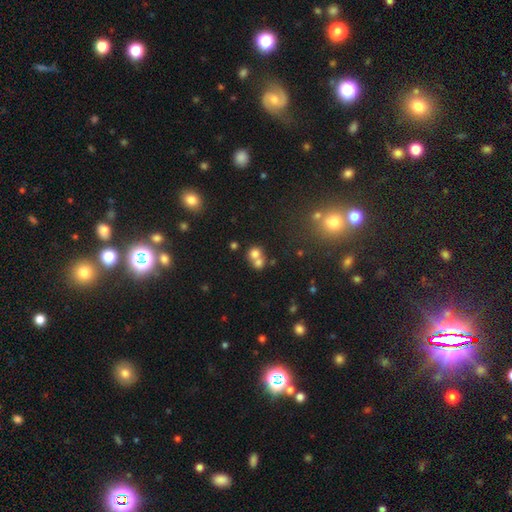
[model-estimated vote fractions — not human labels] smooth 71%, star or artifact 15%, featured or disk 14%. Down the decision tree: how rounded — round (79%); merging — merger (58%).